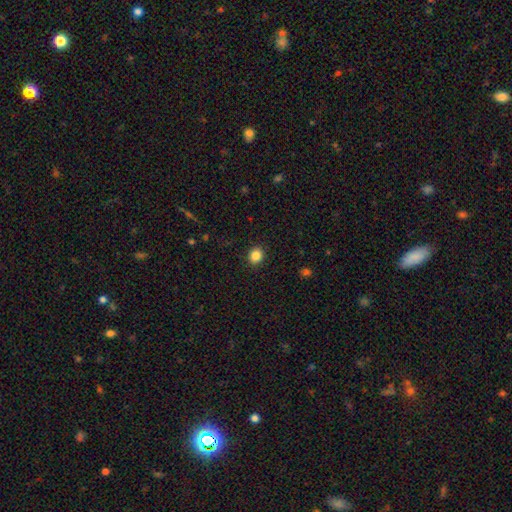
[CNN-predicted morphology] smooth_or_featured: smooth (p=0.85) [alt: star or artifact p=0.10]
how_rounded: round (p=0.69) [alt: in between p=0.30]
merging: none (p=0.91) [alt: minor disturbance p=0.06]